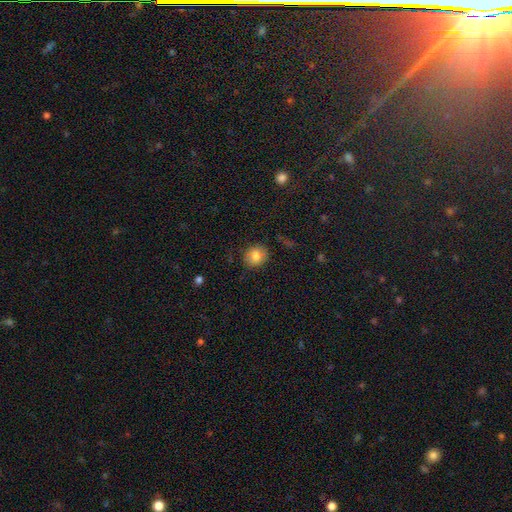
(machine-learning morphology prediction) Smooth or featured?
  - smooth: 81% *
  - star or artifact: 10%
  - featured or disk: 9%
How rounded?
  - round: 76% *
  - in between: 23%
  - cigar-shaped: 1%
Merging?
  - none: 85% *
  - minor disturbance: 11%
  - major disturbance: 3%
  - merger: 1%